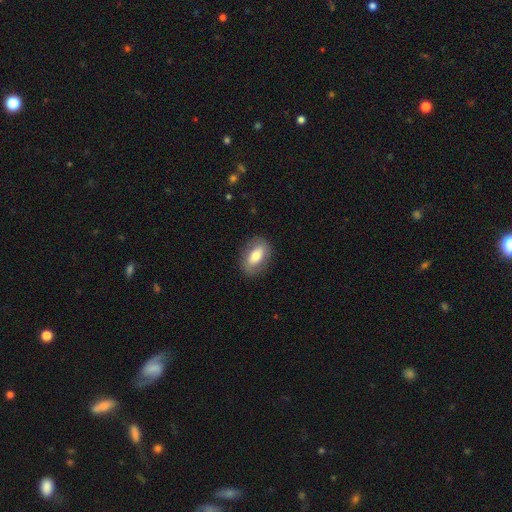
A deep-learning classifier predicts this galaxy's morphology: A smooth galaxy with no disk features (63%) that is in between round and cigar-shaped (88%).

Vote fractions:
- Smooth or featured? smooth: 63% / featured or disk: 30% / star or artifact: 7%
- How rounded? in between: 88% / round: 8% / cigar-shaped: 4%
- Merging? none: 82% / minor disturbance: 12% / major disturbance: 4% / merger: 1%